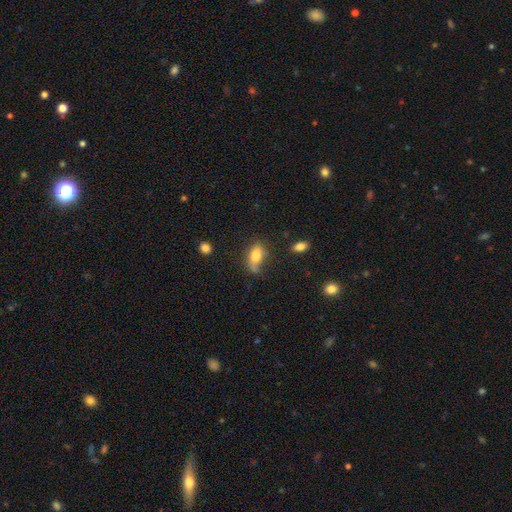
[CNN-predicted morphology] Smooth or featured? Predicted: smooth (p=0.75). How rounded? Predicted: in between (p=0.86). Merging? Predicted: none (p=0.46).